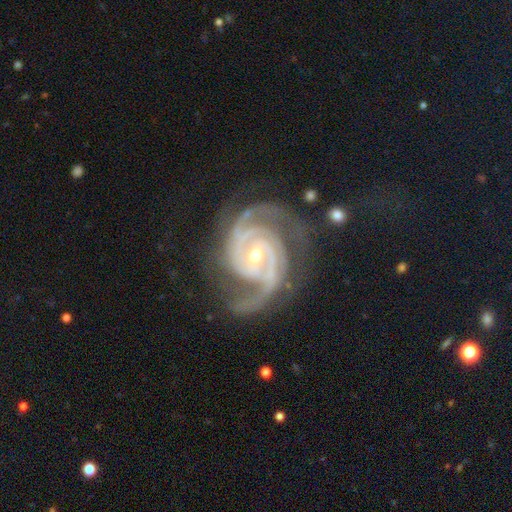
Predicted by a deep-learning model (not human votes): Smooth or featured: featured or disk — 93% (star or artifact — 4%)
Edge-on disk: no — 98% (yes — 2%)
Bar: no — 42% (weak — 39%)
Spiral arms: yes — 99% (no — 1%)
Spiral winding: tight — 54% (medium — 40%)
Spiral arm count: 3 — 38% (2 — 36%)
Bulge size: small — 50% (moderate — 47%)
Merging: none — 69% (minor disturbance — 19%)